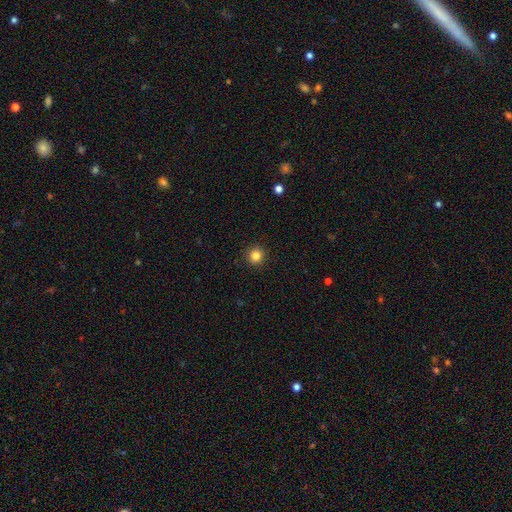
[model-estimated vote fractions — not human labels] A smooth galaxy with no disk features (84%) that is round (94%).

Vote fractions:
- Smooth or featured? smooth: 84% / star or artifact: 11% / featured or disk: 4%
- How rounded? round: 94% / in between: 5% / cigar-shaped: 1%
- Merging? none: 92% / minor disturbance: 5% / major disturbance: 2% / merger: 1%